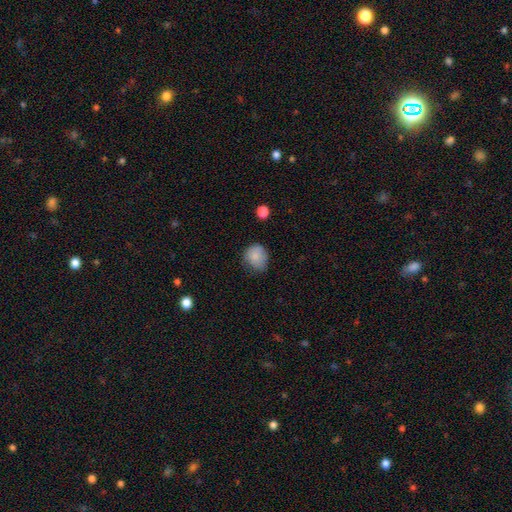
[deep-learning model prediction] Smooth or featured?
  - smooth: 83% *
  - star or artifact: 9%
  - featured or disk: 9%
How rounded?
  - round: 70% *
  - in between: 29%
  - cigar-shaped: 1%
Merging?
  - none: 57% *
  - minor disturbance: 33%
  - major disturbance: 8%
  - merger: 2%